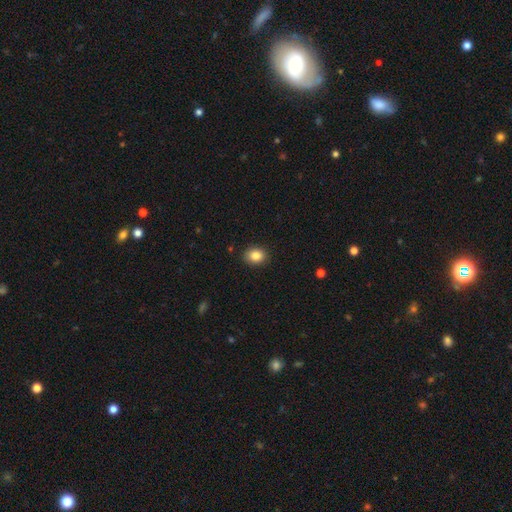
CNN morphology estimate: The model was most divided on "how rounded": in between: 51%, round: 48%, cigar-shaped: 1%. More confident: merging — none (88%); smooth or featured — smooth (85%).